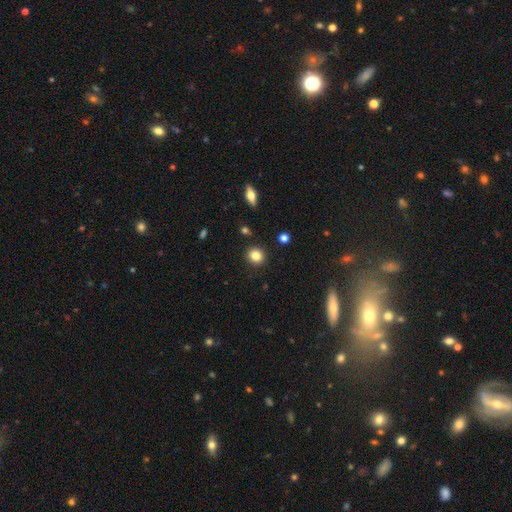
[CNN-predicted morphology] smooth 83%, star or artifact 11%, featured or disk 6%. Down the decision tree: how rounded — round (86%); merging — none (90%).